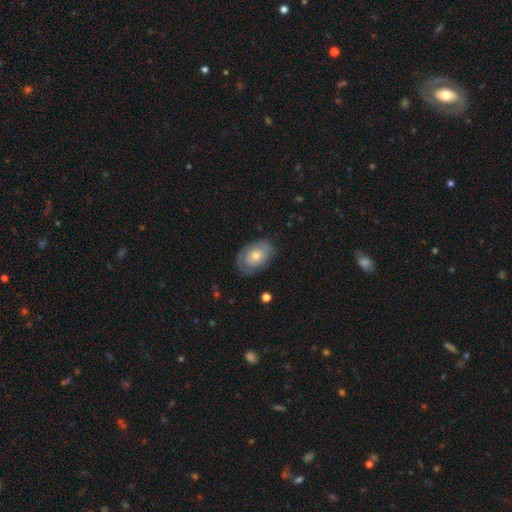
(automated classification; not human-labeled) Overall: featured or disk (51%; smooth 42%). Edge-on disk: no (93%). Merging: none (75%).